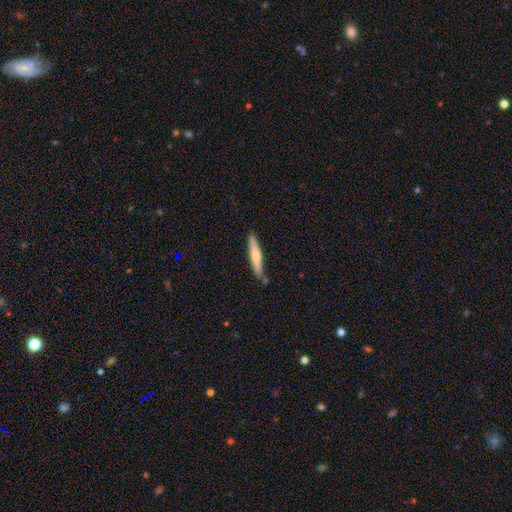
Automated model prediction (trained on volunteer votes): smooth-or-featured: smooth: 56% | featured or disk: 39% | star or artifact: 5%
  how-rounded: cigar-shaped: 89% | in between: 10% | round: 1%
  merging: none: 72% | minor disturbance: 20% | merger: 5% | major disturbance: 3%